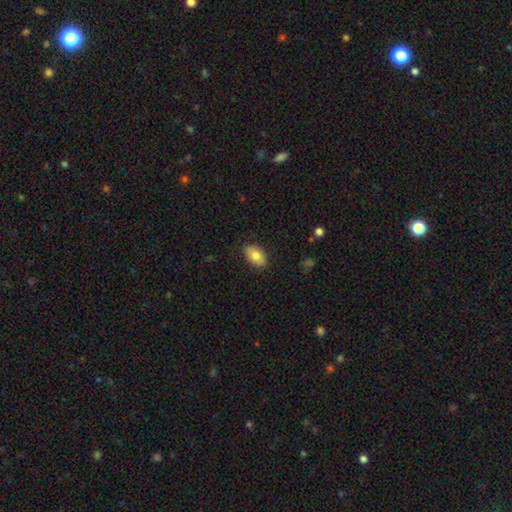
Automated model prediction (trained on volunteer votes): smooth 80%, featured or disk 13%, star or artifact 7%. Down the decision tree: how rounded — in between (91%); merging — none (86%).